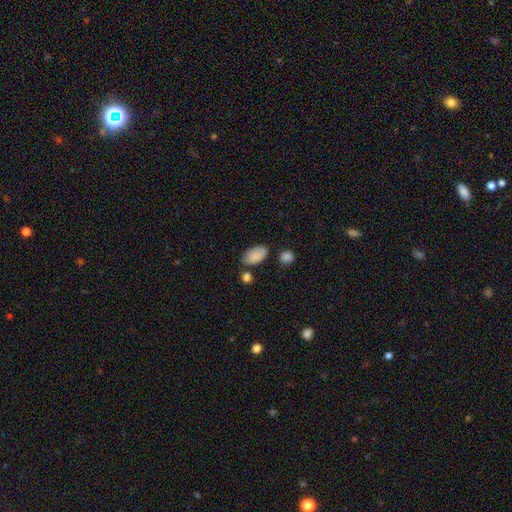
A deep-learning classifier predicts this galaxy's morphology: Smooth or featured: smooth — 87% (star or artifact — 7%)
How rounded: in between — 94% (round — 4%)
Merging: none — 68% (minor disturbance — 19%)